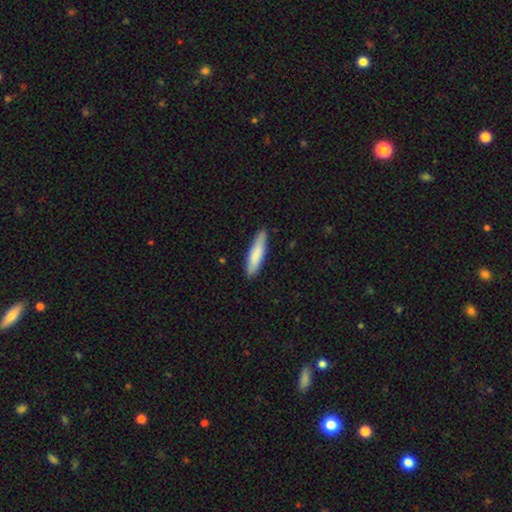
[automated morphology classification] smooth-or-featured: smooth: 82% | featured or disk: 13% | star or artifact: 5%
  how-rounded: cigar-shaped: 77% | in between: 21% | round: 1%
  merging: none: 88% | minor disturbance: 10% | major disturbance: 2% | merger: 1%